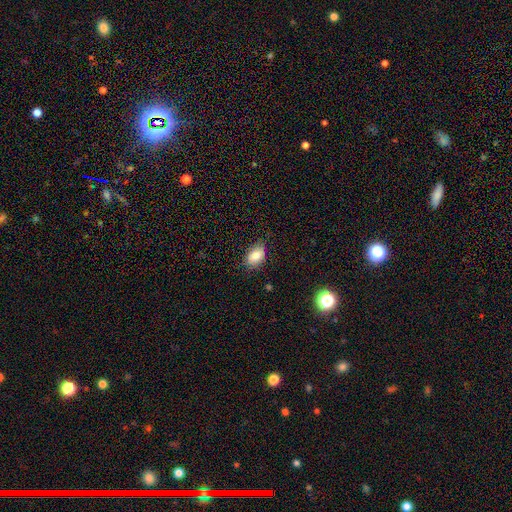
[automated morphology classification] A smooth galaxy with no disk features (82%) that is in between round and cigar-shaped (86%).

Vote fractions:
- Smooth or featured? smooth: 82% / featured or disk: 10% / star or artifact: 8%
- How rounded? in between: 86% / round: 12% / cigar-shaped: 1%
- Merging? none: 78% / minor disturbance: 18% / major disturbance: 3% / merger: 1%